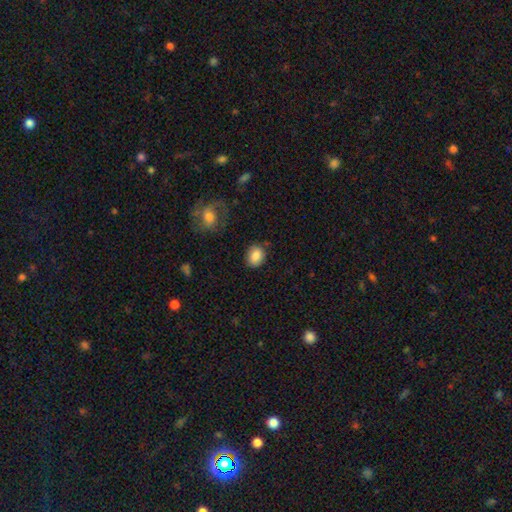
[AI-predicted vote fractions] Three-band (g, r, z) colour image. It shows a smooth galaxy with no disk features (86%) that is round (50%). Merging: none (83%).